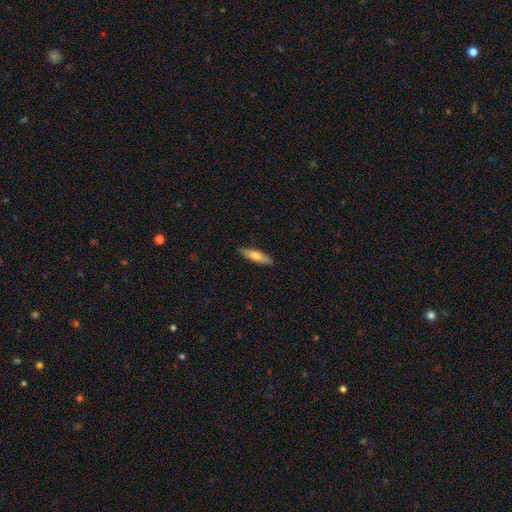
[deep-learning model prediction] Q: Smooth or featured?
A: smooth (67%); runner-up: featured or disk (28%)
Q: How rounded?
A: cigar-shaped (71%); runner-up: in between (28%)
Q: Merging?
A: none (89%); runner-up: minor disturbance (8%)